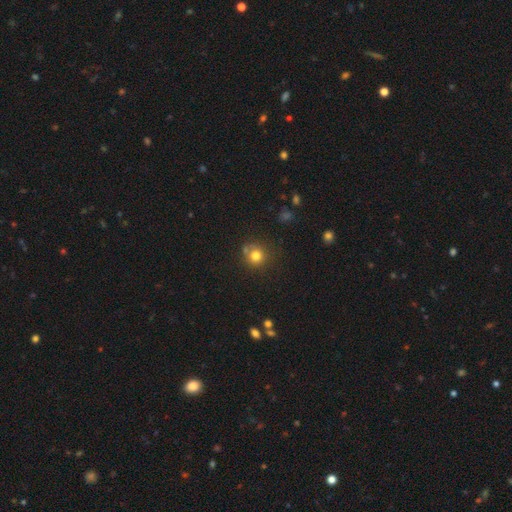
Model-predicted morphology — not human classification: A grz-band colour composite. It shows a smooth galaxy with no disk features (77%) that is round (90%). Merging: none (69%).